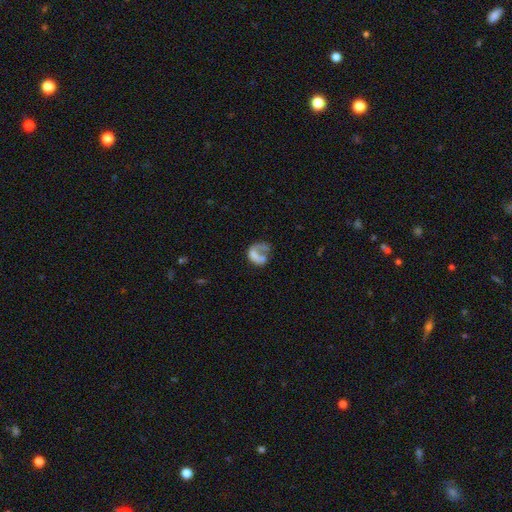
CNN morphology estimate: smooth-or-featured: smooth: 45% | featured or disk: 44% | star or artifact: 11%
  merging: major disturbance: 44% | none: 25% | merger: 16% | minor disturbance: 15%